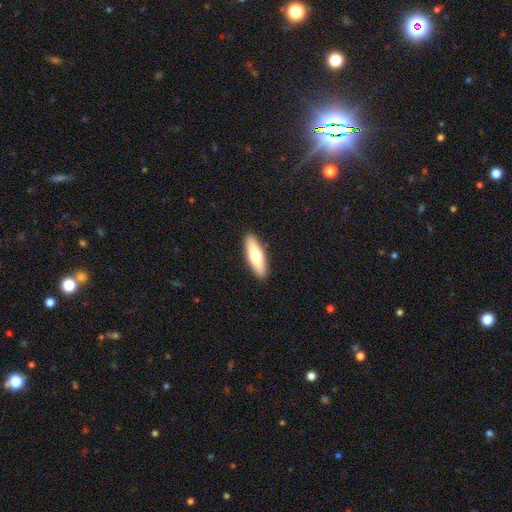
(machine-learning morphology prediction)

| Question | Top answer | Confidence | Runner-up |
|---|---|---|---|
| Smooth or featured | smooth | 62% | featured or disk (32%) |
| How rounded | cigar-shaped | 58% | in between (40%) |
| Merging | none | 91% | minor disturbance (7%) |